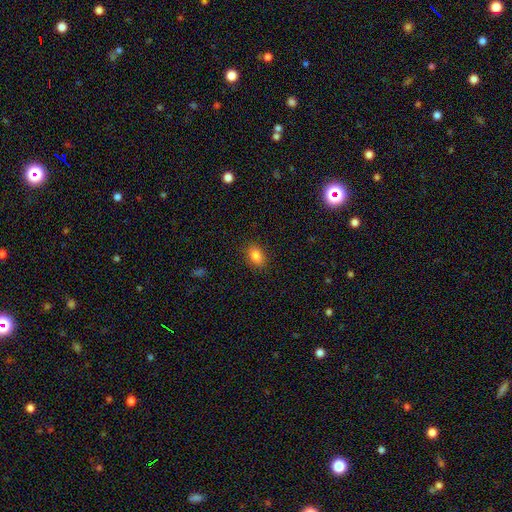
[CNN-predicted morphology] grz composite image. It shows a smooth galaxy with no disk features (84%) that is in between round and cigar-shaped (81%). Merging: none (87%).